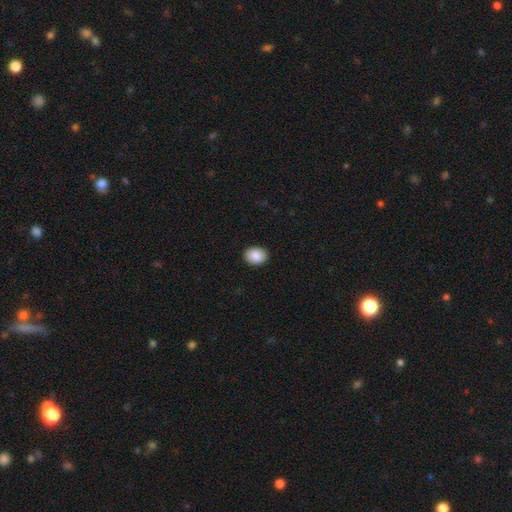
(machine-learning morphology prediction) Smooth or featured: smooth — 89% (star or artifact — 7%)
How rounded: in between — 68% (round — 31%)
Merging: none — 91% (minor disturbance — 7%)